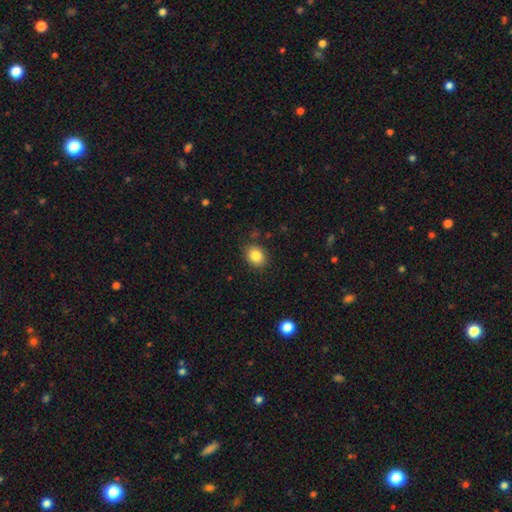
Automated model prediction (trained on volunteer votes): This appears to be a smooth galaxy with no disk features (84%) that is round (56%). Merging: none (86%).